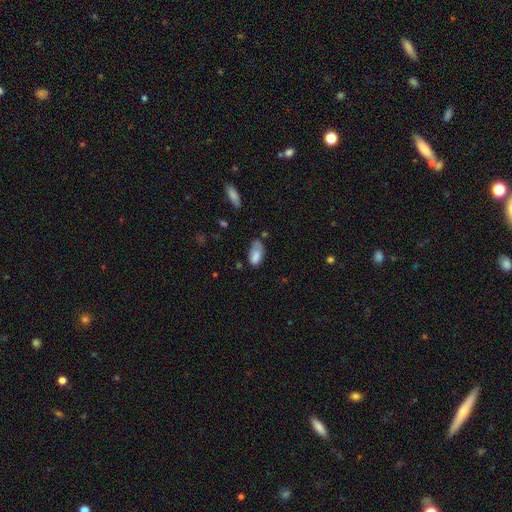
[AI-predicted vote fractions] smooth_or_featured: smooth (p=0.80) [alt: featured or disk p=0.12]
how_rounded: in between (p=0.92) [alt: cigar-shaped p=0.04]
merging: none (p=0.41) [alt: minor disturbance p=0.38]